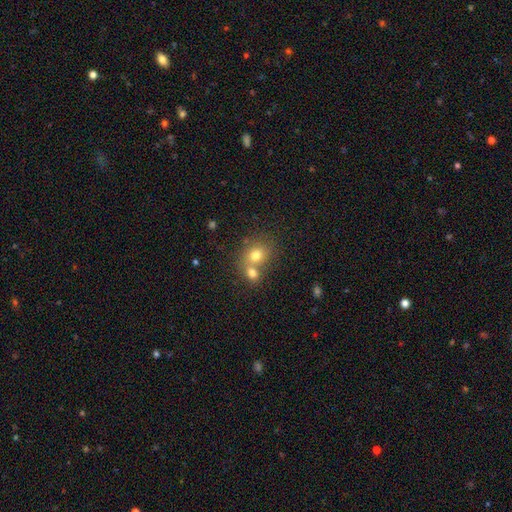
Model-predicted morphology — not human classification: The model was most divided on "merging": merger: 53%, none: 37%, minor disturbance: 7%, major disturbance: 3%. More confident: smooth or featured — smooth (74%); how rounded — round (66%).